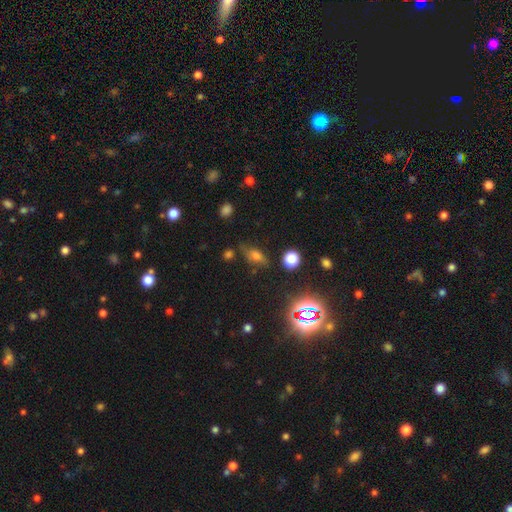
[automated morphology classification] Q: Smooth or featured?
A: smooth (51%); runner-up: star or artifact (31%)
Q: How rounded?
A: in between (74%); runner-up: round (15%)
Q: Merging?
A: none (72%); runner-up: minor disturbance (18%)